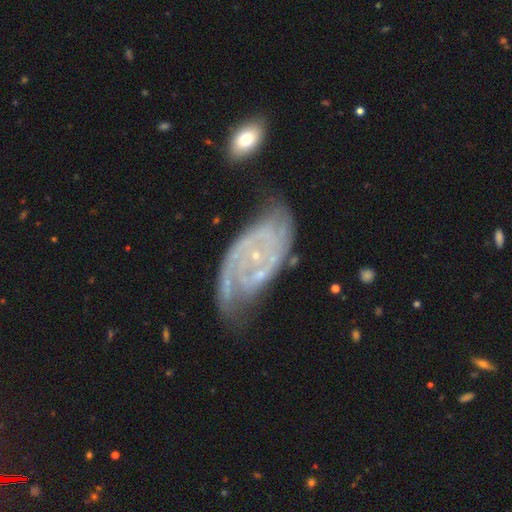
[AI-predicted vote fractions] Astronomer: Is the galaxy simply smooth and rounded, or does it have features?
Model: featured or disk — 86%.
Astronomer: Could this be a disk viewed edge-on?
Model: no — 96%.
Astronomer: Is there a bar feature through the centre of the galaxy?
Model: no — 69%.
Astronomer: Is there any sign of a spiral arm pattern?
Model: yes — 94%.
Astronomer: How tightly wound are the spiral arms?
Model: tight — 59%.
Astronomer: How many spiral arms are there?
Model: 2 — 43% (runner-up: can't tell, 28%).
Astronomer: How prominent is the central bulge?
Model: small — 85%.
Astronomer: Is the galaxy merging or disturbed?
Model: none — 50% (runner-up: minor disturbance, 27%).